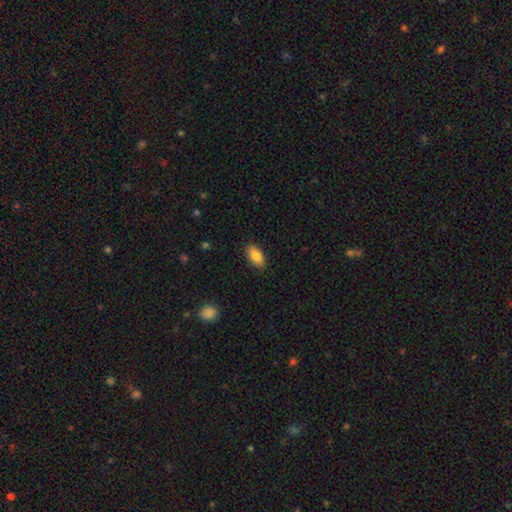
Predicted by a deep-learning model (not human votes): A smooth galaxy with no disk features (86%) that is in between round and cigar-shaped (91%). Merging: none (87%).